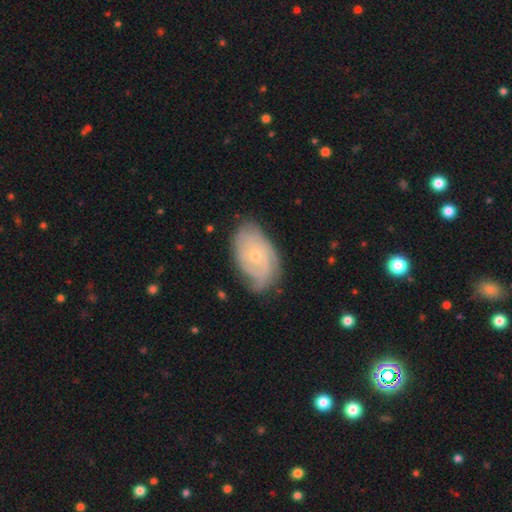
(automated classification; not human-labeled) Smooth or featured? Predicted: featured or disk (p=0.74). Edge-on disk? Predicted: no (p=0.95). Bar? Predicted: no (p=0.79). Spiral arms? Predicted: yes (p=0.90). Spiral winding? Predicted: tight (p=0.69). Spiral arm count? Predicted: can't tell (p=0.44). Bulge size? Predicted: small (p=0.71). Merging? Predicted: none (p=0.71).